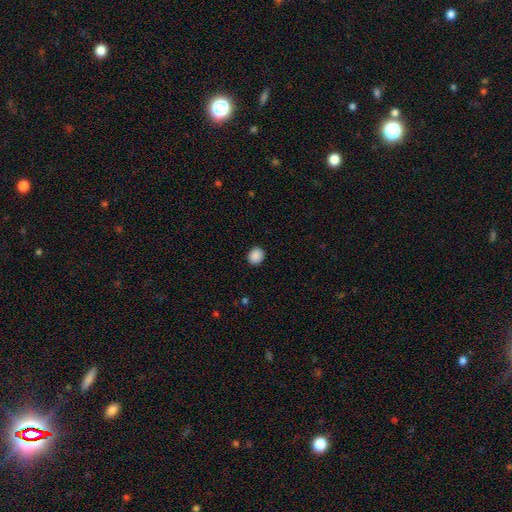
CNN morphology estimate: A smooth galaxy with no disk features (89%) that is round (74%). Merging: none (91%).